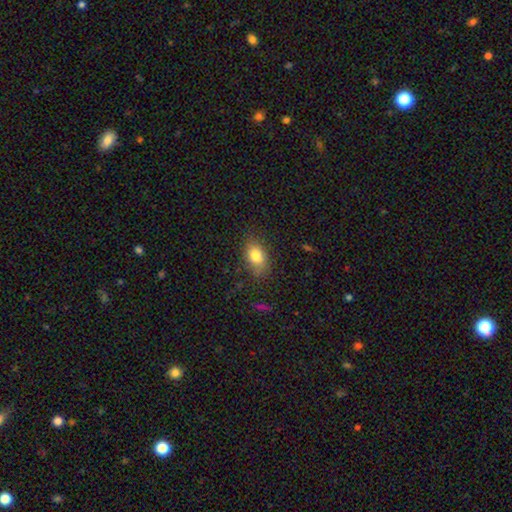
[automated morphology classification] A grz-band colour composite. It shows a smooth galaxy with no disk features (81%) that is in between round and cigar-shaped (81%). Merging: none (77%).